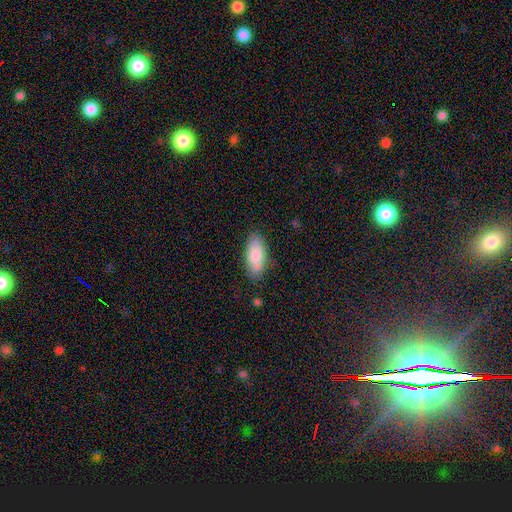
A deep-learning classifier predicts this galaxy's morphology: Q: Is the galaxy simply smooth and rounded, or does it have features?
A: smooth — 81%.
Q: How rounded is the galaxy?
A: in between — 86%.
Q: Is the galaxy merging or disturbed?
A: none — 82%.